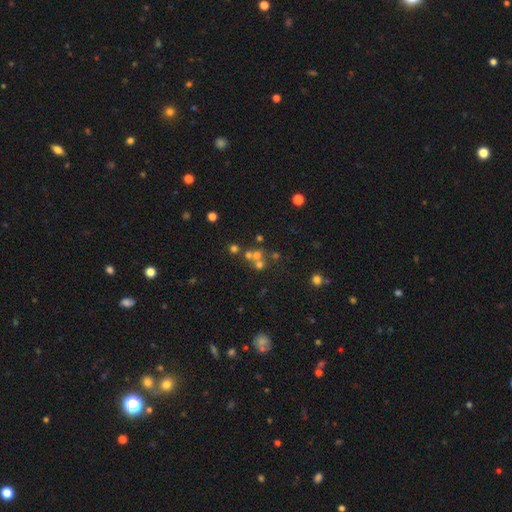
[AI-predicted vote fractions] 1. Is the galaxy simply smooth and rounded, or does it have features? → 44% smooth, 34% star or artifact, 22% featured or disk.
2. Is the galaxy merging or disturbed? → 48% none, 39% merger, 8% minor disturbance, 5% major disturbance.